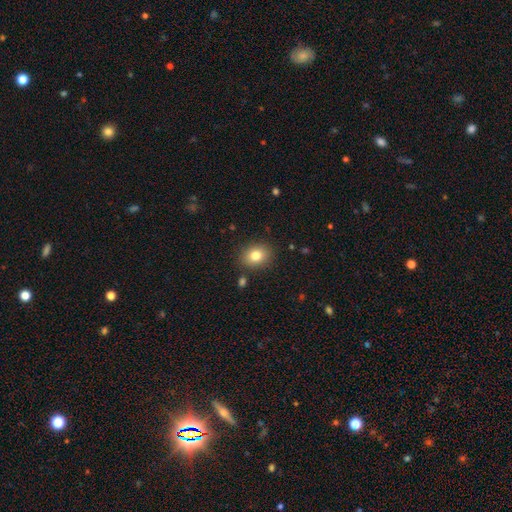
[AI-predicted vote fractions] Overall: smooth (81%). How rounded: round (51%; in between 48%). Merging: none (86%).